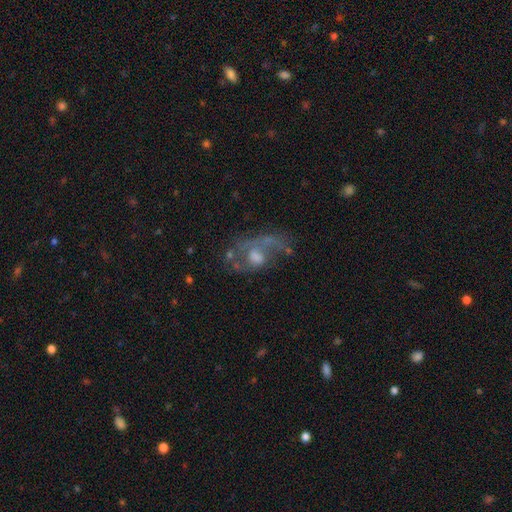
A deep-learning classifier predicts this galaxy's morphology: smooth_or_featured: featured or disk (p=0.67) [alt: smooth p=0.22]
disk_edge_on: no (p=0.95) [alt: yes p=0.05]
bar: no (p=0.69) [alt: weak p=0.26]
has_spiral_arms: yes (p=0.64) [alt: no p=0.36]
bulge_size: moderate (p=0.50) [alt: small p=0.21]
merging: none (p=0.40) [alt: major disturbance p=0.35]